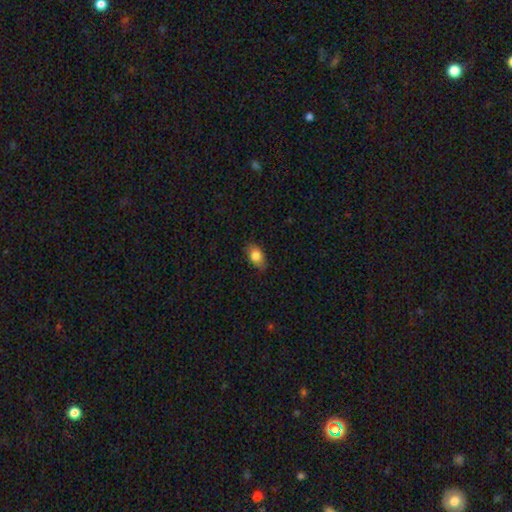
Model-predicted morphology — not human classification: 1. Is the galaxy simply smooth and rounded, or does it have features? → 82% smooth, 10% featured or disk, 8% star or artifact.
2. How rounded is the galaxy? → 85% in between, 12% round, 3% cigar-shaped.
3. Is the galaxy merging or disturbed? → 75% none, 20% minor disturbance, 4% major disturbance, 1% merger.